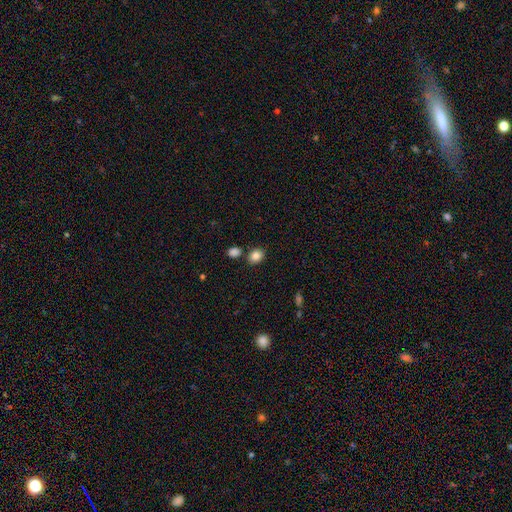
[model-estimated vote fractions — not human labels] Morphology: type=smooth (86%); roundness=in between (55%); merging=none (77%).